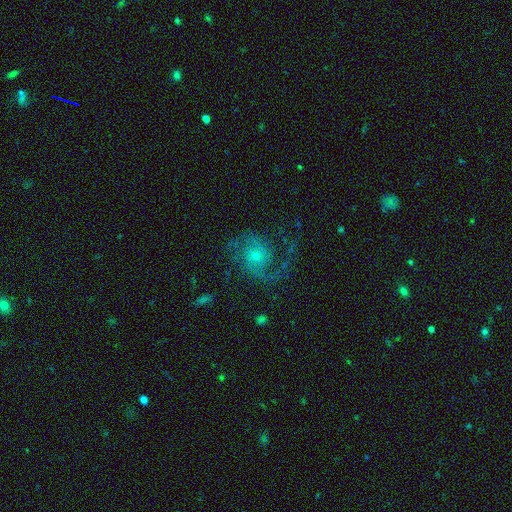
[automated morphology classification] Smooth or featured? Predicted: featured or disk (p=0.87). Edge-on disk? Predicted: no (p=0.98). Bar? Predicted: no (p=0.68). Spiral arms? Predicted: yes (p=0.97). Spiral winding? Predicted: medium (p=0.56). Spiral arm count? Predicted: 2 (p=0.85). Bulge size? Predicted: small (p=0.63). Merging? Predicted: none (p=0.70).